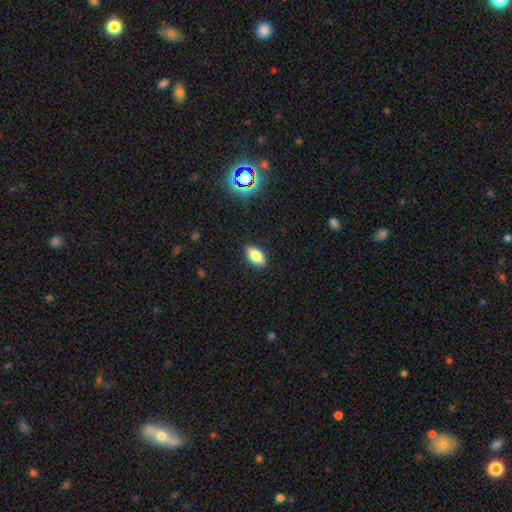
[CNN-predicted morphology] Overall: smooth (76%). How rounded: in between (88%). Merging: none (87%).